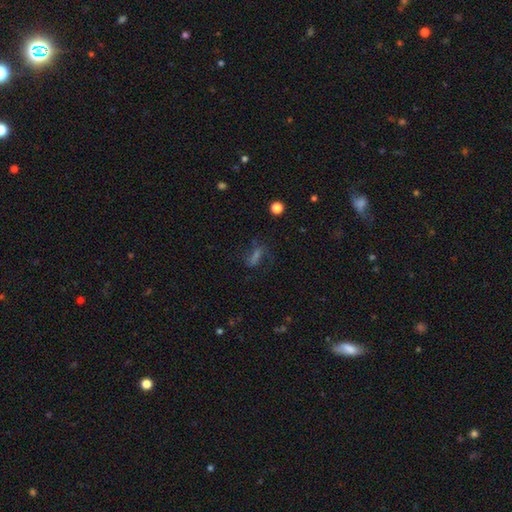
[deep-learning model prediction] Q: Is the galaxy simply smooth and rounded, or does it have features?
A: smooth — 42%.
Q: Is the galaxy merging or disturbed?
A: none — 63%.